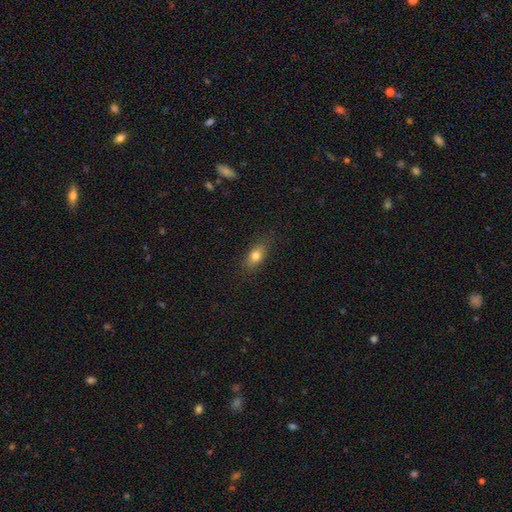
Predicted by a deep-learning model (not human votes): The model was most divided on "smooth or featured": smooth: 79%, featured or disk: 12%, star or artifact: 9%. More confident: merging — none (83%); how rounded — in between (80%).